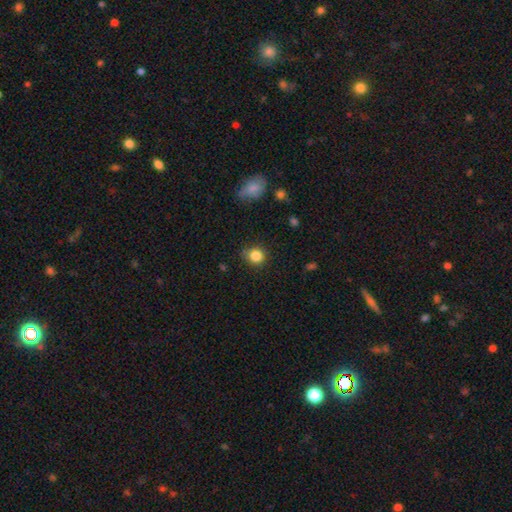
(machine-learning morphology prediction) Overall: smooth (85%). How rounded: round (85%). Merging: none (80%).